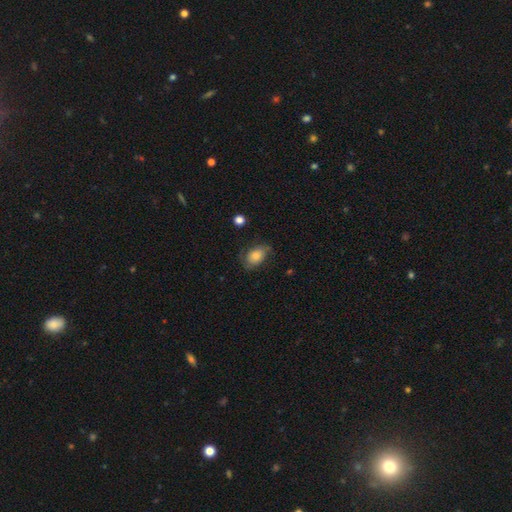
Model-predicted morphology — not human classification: Q: Smooth or featured?
A: smooth (60%); runner-up: featured or disk (31%)
Q: How rounded?
A: in between (80%); runner-up: round (18%)
Q: Merging?
A: none (59%); runner-up: minor disturbance (27%)